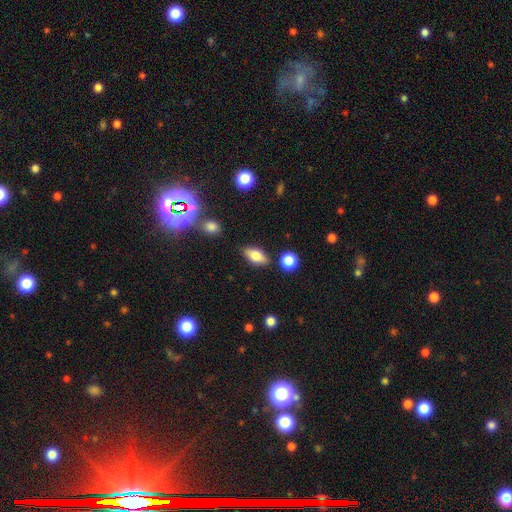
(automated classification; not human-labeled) A smooth galaxy with no disk features (74%) that is in between round and cigar-shaped (85%).

Vote fractions:
- Smooth or featured? smooth: 74% / featured or disk: 17% / star or artifact: 9%
- How rounded? in between: 85% / cigar-shaped: 10% / round: 6%
- Merging? none: 81% / minor disturbance: 11% / merger: 4% / major disturbance: 3%